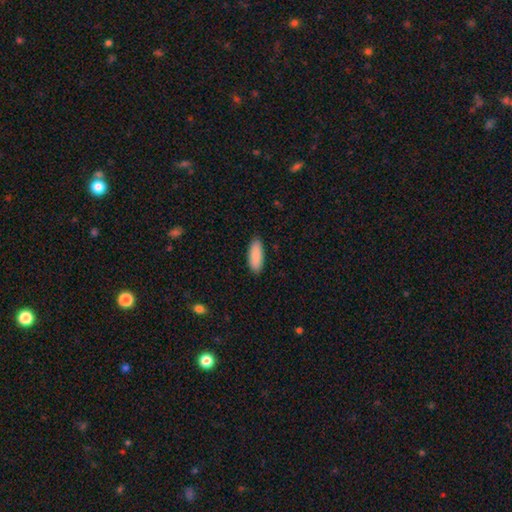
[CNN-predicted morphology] smooth 90%, star or artifact 6%, featured or disk 4%. Down the decision tree: how rounded — in between (74%); merging — none (89%).